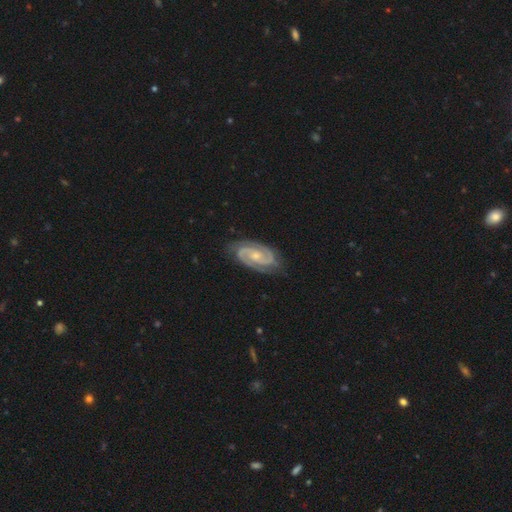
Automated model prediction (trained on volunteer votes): This appears to be a featured or disk galaxy (92%) with no bar (55%), 2 (91%) tight (59%) spiral arms (99%) and a small central bulge (50%). Merging: none (83%).